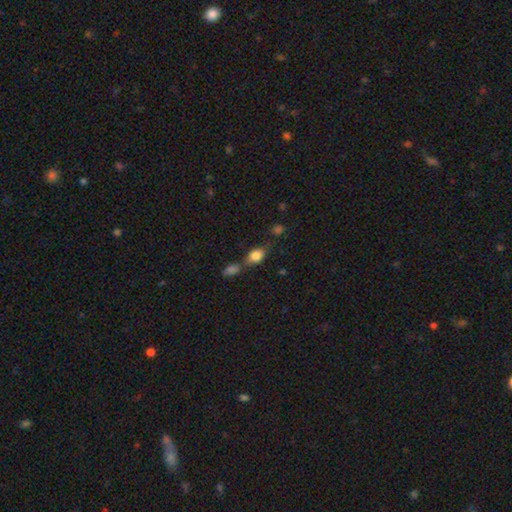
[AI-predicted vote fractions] Q: Smooth or featured?
A: smooth (82%); runner-up: star or artifact (10%)
Q: How rounded?
A: in between (75%); runner-up: round (21%)
Q: Merging?
A: none (50%); runner-up: merger (29%)